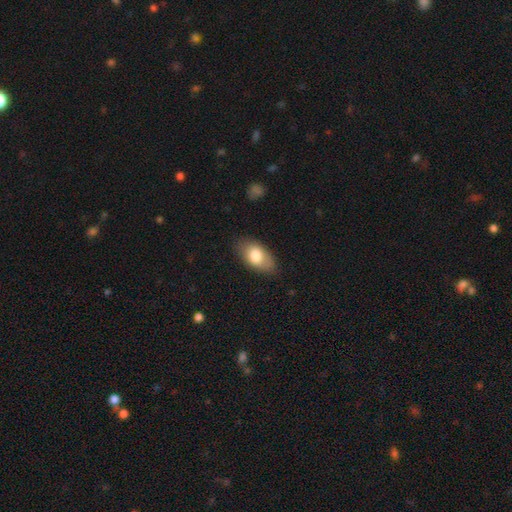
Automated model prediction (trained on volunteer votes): Smooth or featured?
  - smooth: 78% *
  - featured or disk: 16%
  - star or artifact: 6%
How rounded?
  - in between: 92% *
  - round: 5%
  - cigar-shaped: 3%
Merging?
  - none: 79% *
  - minor disturbance: 16%
  - major disturbance: 4%
  - merger: 1%